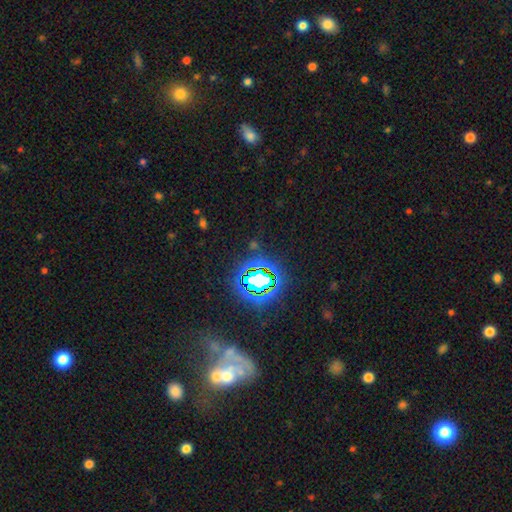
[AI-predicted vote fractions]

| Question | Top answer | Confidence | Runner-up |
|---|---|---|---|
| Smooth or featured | star or artifact | 69% | smooth (16%) |